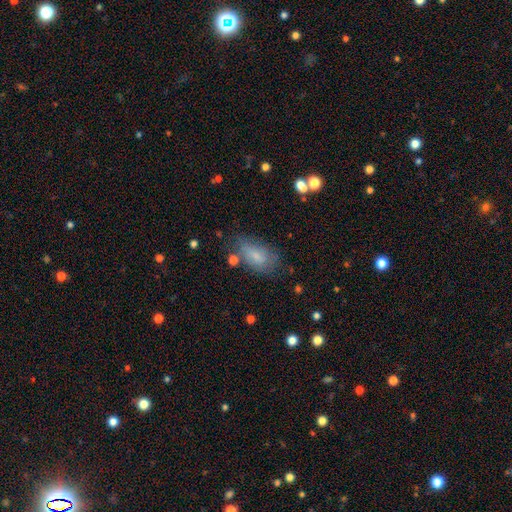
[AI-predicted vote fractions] Q: Smooth or featured?
A: smooth (71%); runner-up: featured or disk (20%)
Q: How rounded?
A: in between (90%); runner-up: round (5%)
Q: Merging?
A: none (60%); runner-up: minor disturbance (25%)